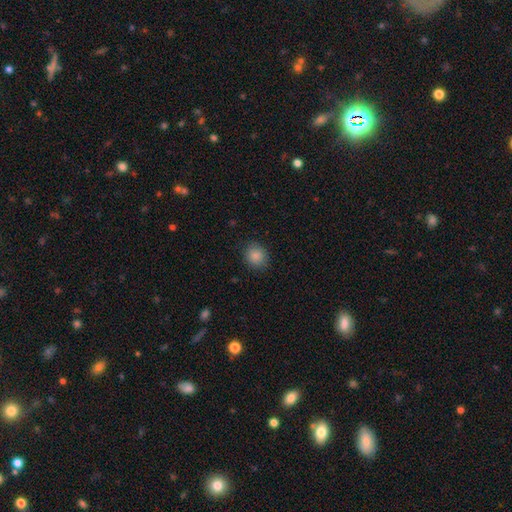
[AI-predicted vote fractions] smooth_or_featured: smooth (p=0.87) [alt: star or artifact p=0.09]
how_rounded: round (p=0.79) [alt: in between p=0.20]
merging: none (p=0.88) [alt: minor disturbance p=0.09]